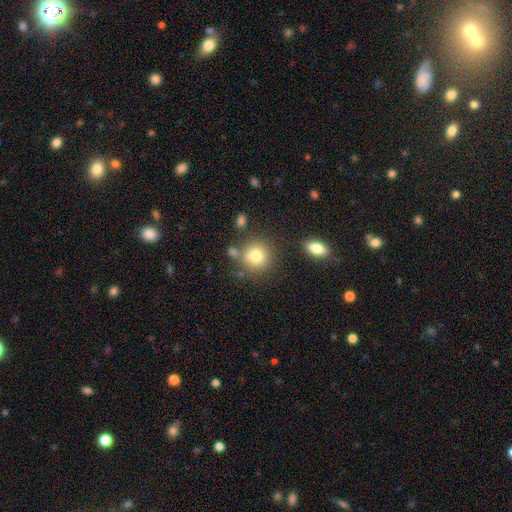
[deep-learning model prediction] This appears to be a smooth galaxy with no disk features (79%) that is round (88%). Merging: none (71%).